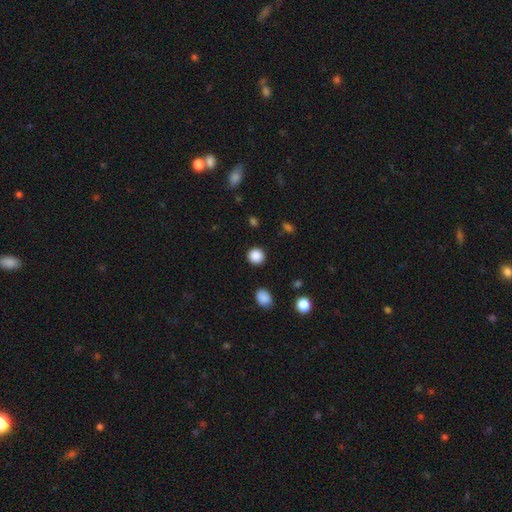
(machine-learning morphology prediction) Q: Smooth or featured?
A: smooth (88%); runner-up: star or artifact (10%)
Q: How rounded?
A: round (91%); runner-up: in between (8%)
Q: Merging?
A: none (91%); runner-up: minor disturbance (6%)